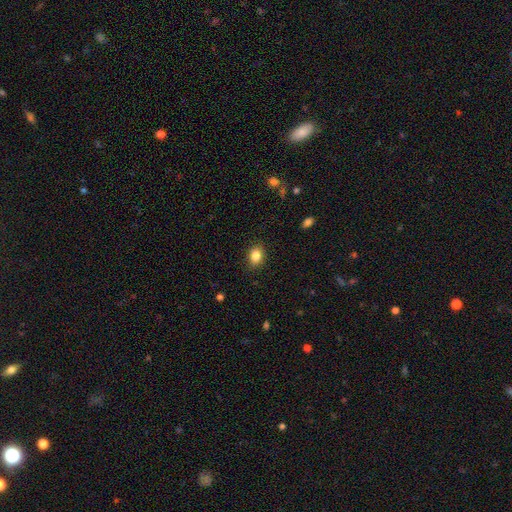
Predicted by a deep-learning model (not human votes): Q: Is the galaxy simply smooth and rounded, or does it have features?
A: smooth — 85%.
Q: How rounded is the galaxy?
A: in between — 61%.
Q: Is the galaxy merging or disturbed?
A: none — 88%.